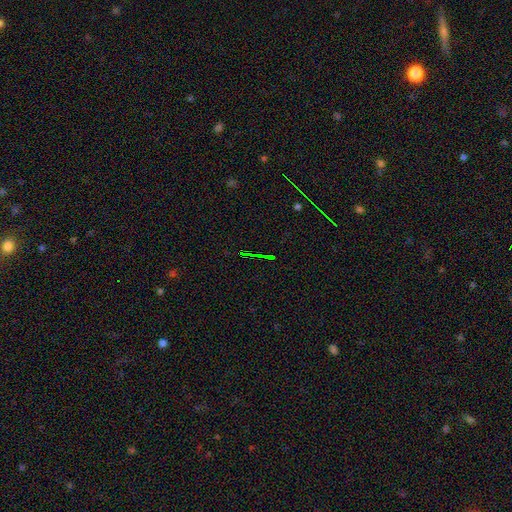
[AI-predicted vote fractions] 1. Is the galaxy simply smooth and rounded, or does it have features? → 73% star or artifact, 14% featured or disk, 13% smooth.